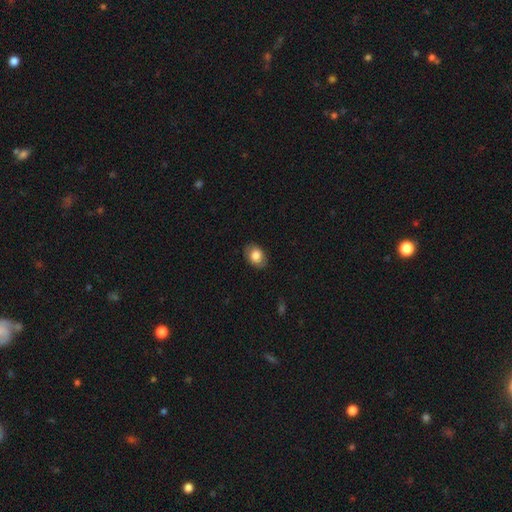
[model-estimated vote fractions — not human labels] Morphology: type=smooth (82%); roundness=in between (76%); merging=none (86%).